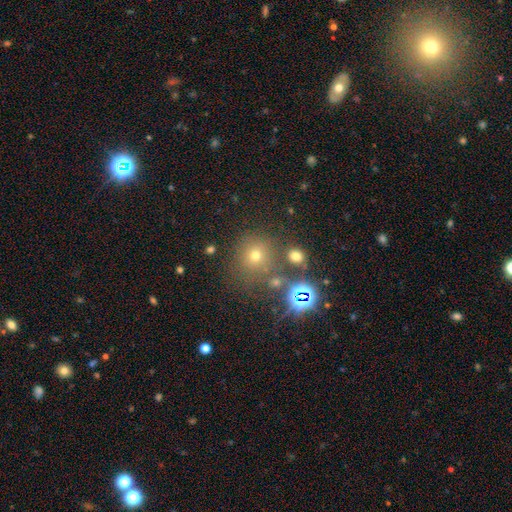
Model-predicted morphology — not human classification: type=smooth (57%); roundness=round (90%); merging=none (74%).